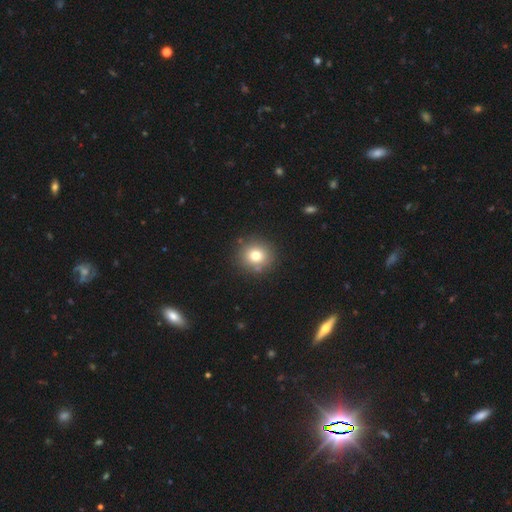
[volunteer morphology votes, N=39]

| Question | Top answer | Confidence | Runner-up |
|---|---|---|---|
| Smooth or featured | smooth | 79% | featured or disk (10%) |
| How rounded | round | 90% | in between (10%) |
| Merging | none | 94% | minor disturbance (3%) |